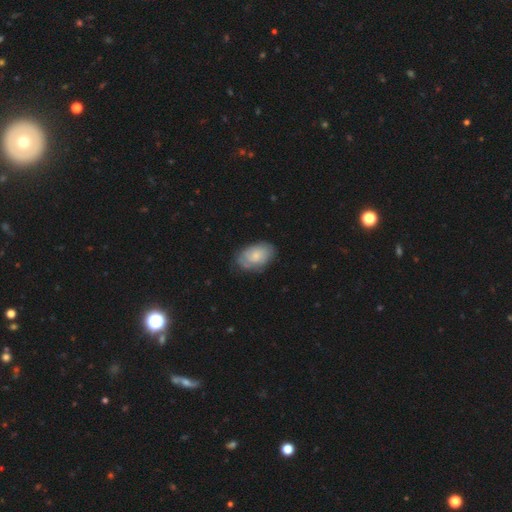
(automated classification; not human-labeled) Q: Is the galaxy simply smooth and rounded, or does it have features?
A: smooth — 63%.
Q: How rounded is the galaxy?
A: in between — 89%.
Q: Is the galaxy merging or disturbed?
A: none — 68%.